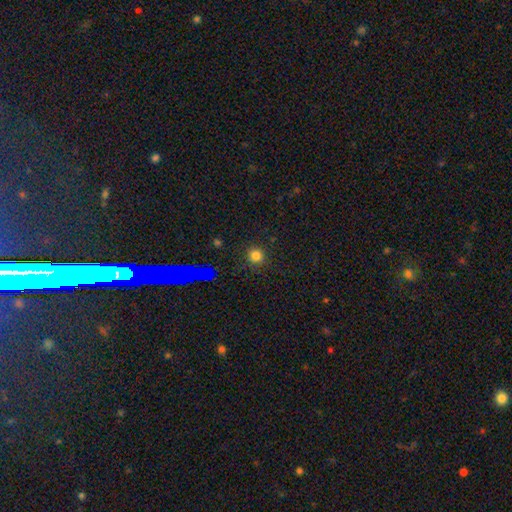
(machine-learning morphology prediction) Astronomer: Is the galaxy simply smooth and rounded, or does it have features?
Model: smooth — 78%.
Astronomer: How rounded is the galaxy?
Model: round — 91%.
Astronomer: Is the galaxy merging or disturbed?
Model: none — 88%.